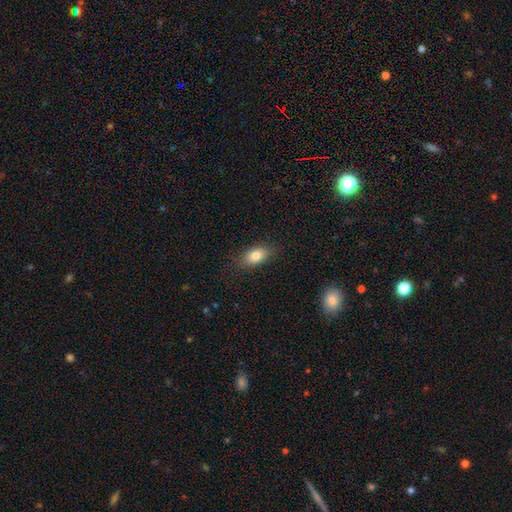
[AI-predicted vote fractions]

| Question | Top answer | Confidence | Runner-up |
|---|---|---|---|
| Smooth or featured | smooth | 81% | featured or disk (10%) |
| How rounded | in between | 87% | round (9%) |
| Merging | none | 85% | minor disturbance (11%) |